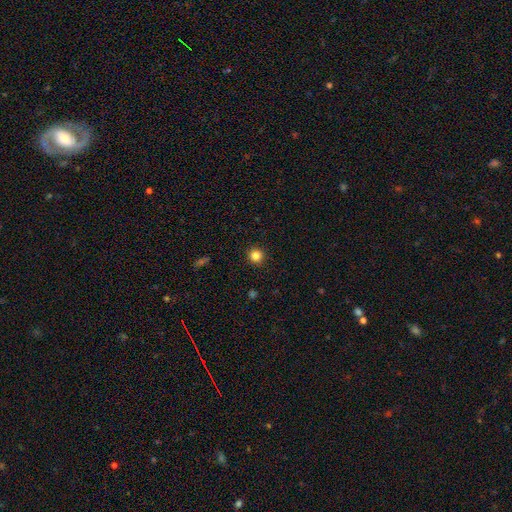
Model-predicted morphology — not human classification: This is clearly a smooth galaxy (83%). How rounded: clearly round (95%). Merging: clearly none (93%).